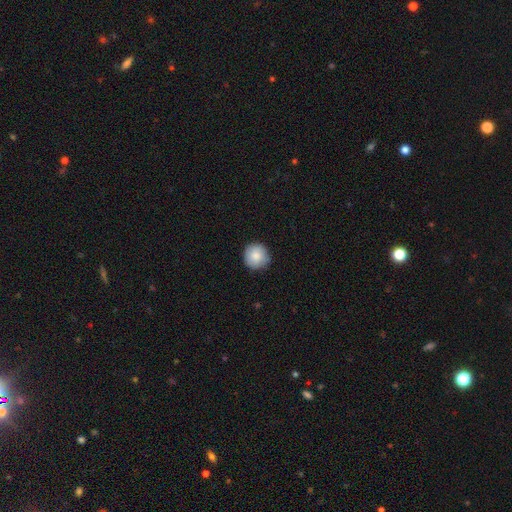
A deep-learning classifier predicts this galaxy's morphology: Overall: smooth (85%). How rounded: round (94%). Merging: none (88%).